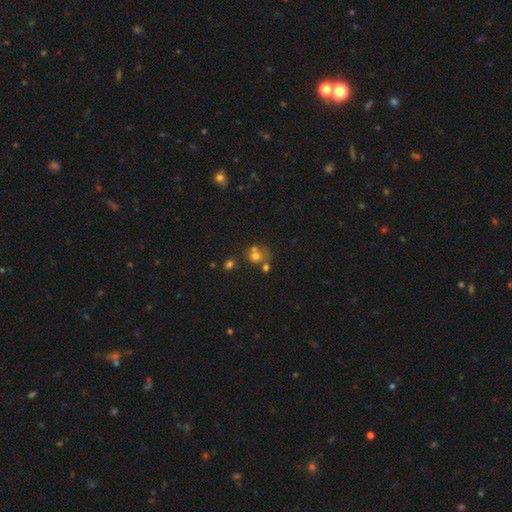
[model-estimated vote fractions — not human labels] A smooth galaxy with no disk features (63%) that is round (76%). Merging: none (43%).